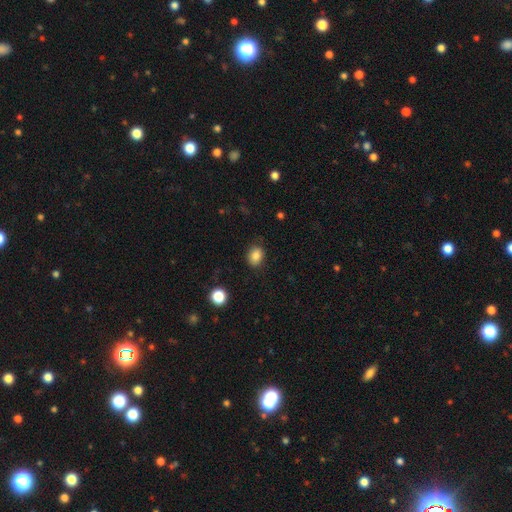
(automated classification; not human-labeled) This appears to be a smooth galaxy with no disk features (85%) that is in between round and cigar-shaped (60%). Merging: none (84%).